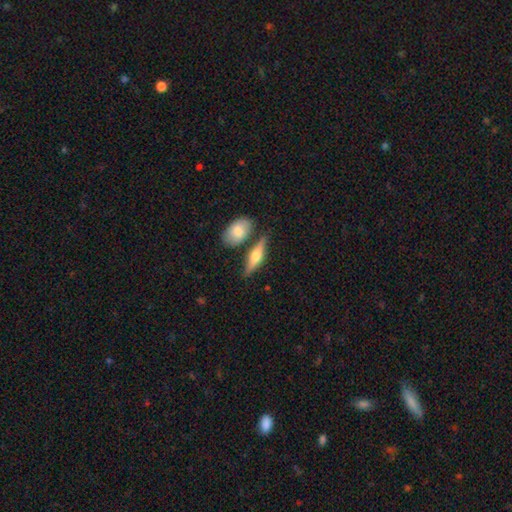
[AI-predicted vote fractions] featured or disk 51%, smooth 43%, star or artifact 6%. Down the decision tree: edge-on disk — yes (92%); merging — none (71%).